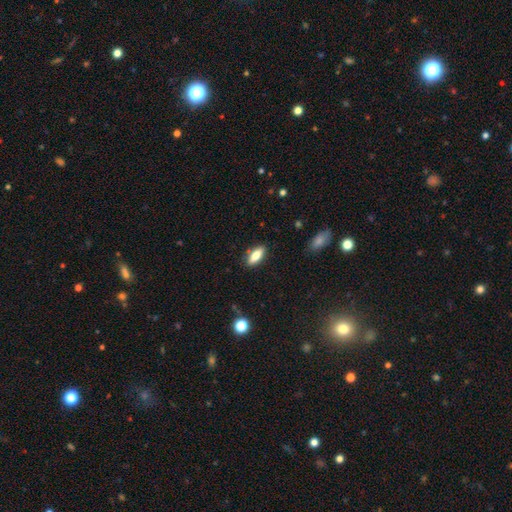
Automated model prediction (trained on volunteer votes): smooth-or-featured: smooth: 77% | featured or disk: 17% | star or artifact: 7%
  how-rounded: in between: 72% | cigar-shaped: 26% | round: 3%
  merging: none: 86% | minor disturbance: 10% | major disturbance: 2% | merger: 2%